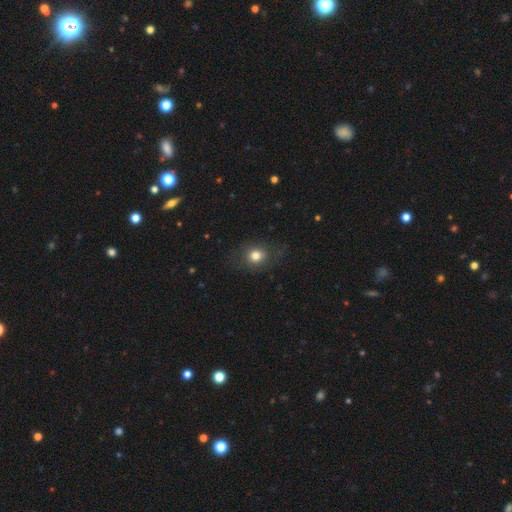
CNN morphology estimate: Smooth or featured? smooth (78%)
How rounded? round (68%)
Merging? none (78%)